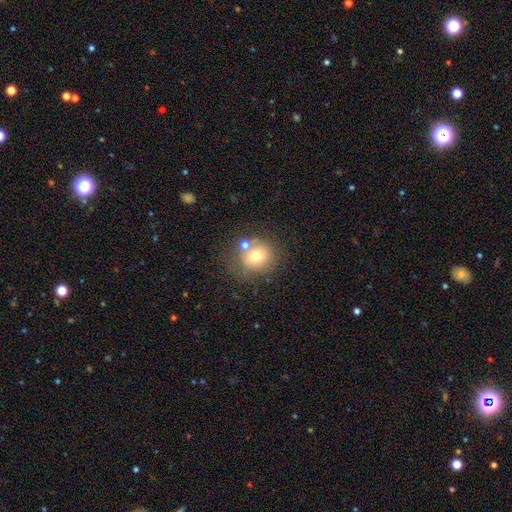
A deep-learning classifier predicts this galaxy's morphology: Smooth or featured? smooth (69%)
How rounded? round (80%)
Merging? none (62%)